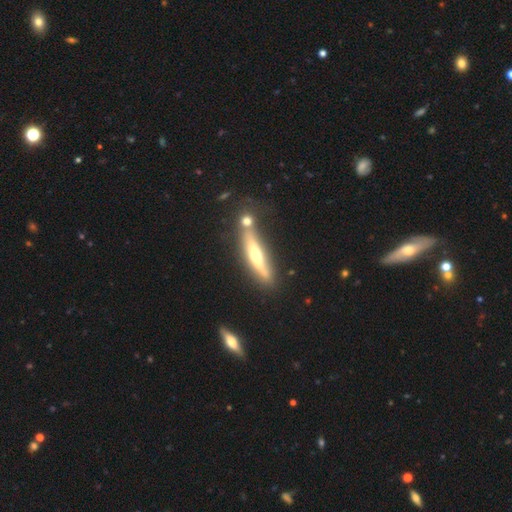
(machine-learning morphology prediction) smooth_or_featured: featured or disk (p=0.63) [alt: smooth p=0.30]
disk_edge_on: yes (p=0.86) [alt: no p=0.14]
edge_on_bulge: rounded (p=0.87) [alt: none p=0.08]
merging: none (p=0.63) [alt: merger p=0.16]